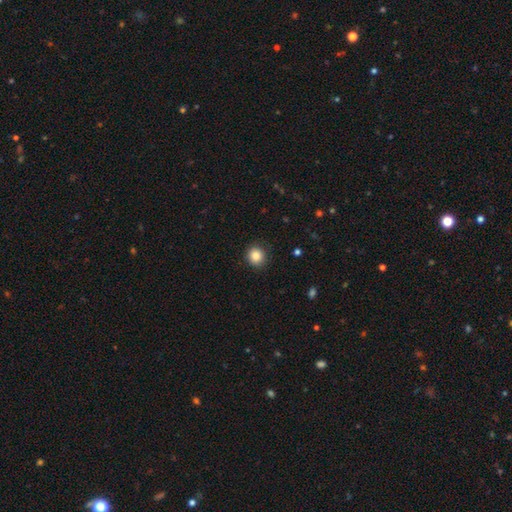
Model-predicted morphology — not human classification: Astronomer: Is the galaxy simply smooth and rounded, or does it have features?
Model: smooth — 85%.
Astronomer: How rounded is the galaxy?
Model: round — 89%.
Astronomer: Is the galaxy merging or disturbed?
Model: none — 90%.